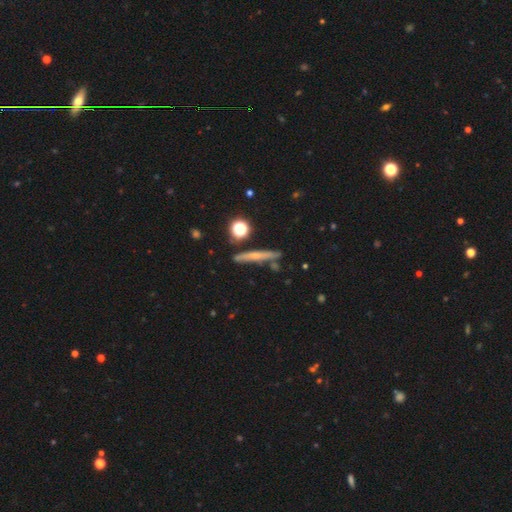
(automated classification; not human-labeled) A featured or disk galaxy (49%).

Vote fractions:
- Smooth or featured? featured or disk: 49% / smooth: 41% / star or artifact: 10%
- Merging? none: 81% / minor disturbance: 11% / merger: 5% / major disturbance: 3%